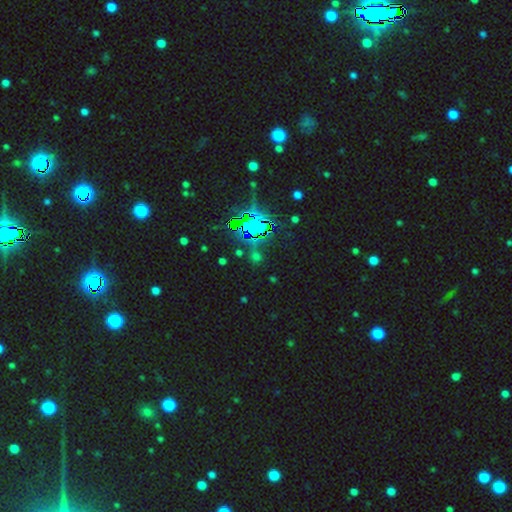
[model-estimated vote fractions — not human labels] A star or artifact, not a galaxy (67%).

Vote fractions:
- Smooth or featured? star or artifact: 67% / smooth: 25% / featured or disk: 8%